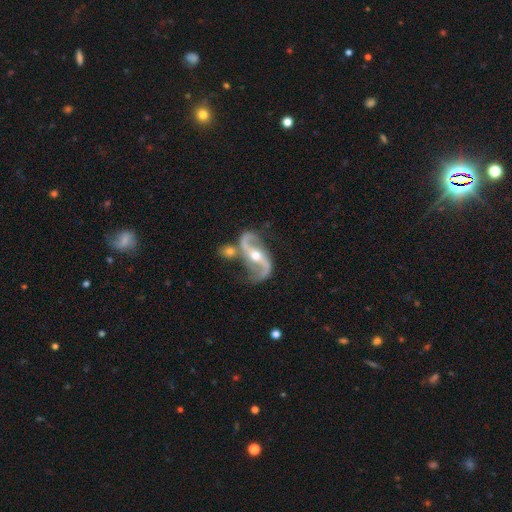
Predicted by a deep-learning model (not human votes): Q: Smooth or featured?
A: featured or disk (92%); runner-up: star or artifact (4%)
Q: Edge-on disk?
A: no (96%); runner-up: yes (4%)
Q: Bar?
A: strong (37%); runner-up: no (33%)
Q: Spiral arms?
A: yes (97%); runner-up: no (3%)
Q: Spiral winding?
A: loose (66%); runner-up: medium (27%)
Q: Spiral arm count?
A: 2 (94%); runner-up: can't tell (1%)
Q: Bulge size?
A: moderate (67%); runner-up: small (27%)
Q: Merging?
A: none (58%); runner-up: merger (18%)